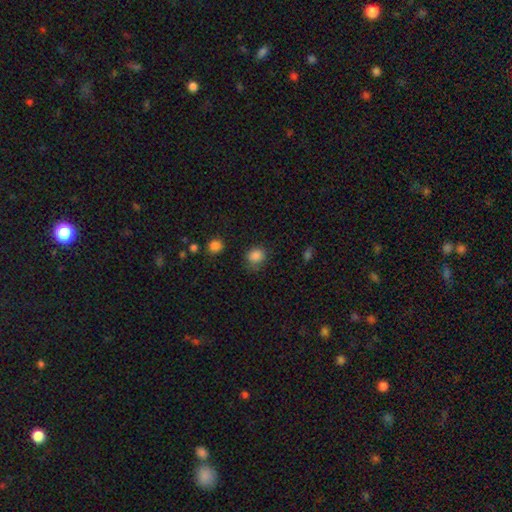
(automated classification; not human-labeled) smooth_or_featured: smooth (p=0.84) [alt: star or artifact p=0.12]
how_rounded: round (p=0.72) [alt: in between p=0.27]
merging: none (p=0.70) [alt: minor disturbance p=0.22]